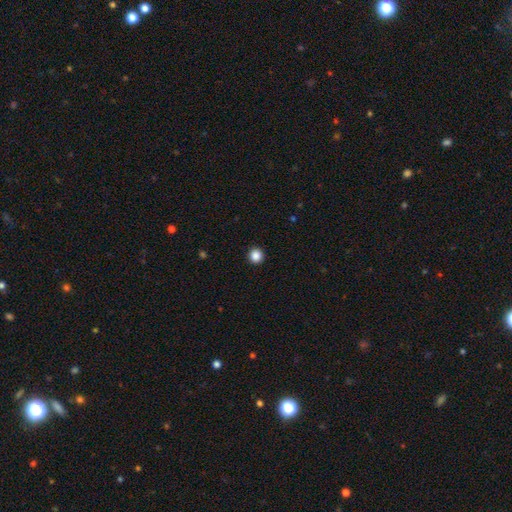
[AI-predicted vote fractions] smooth 87%, star or artifact 11%, featured or disk 3%. Down the decision tree: how rounded — round (95%); merging — none (93%).